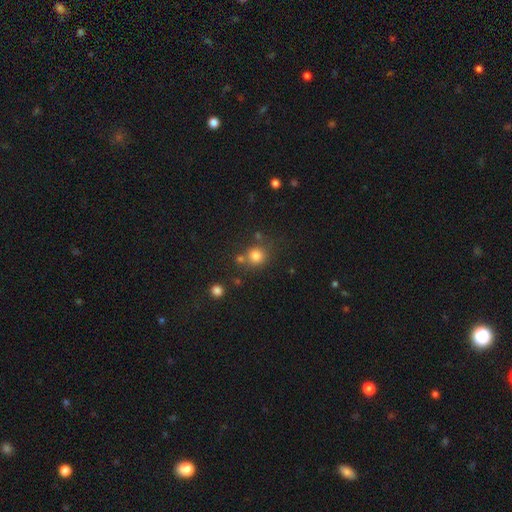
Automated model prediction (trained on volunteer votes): This is likely a smooth galaxy (79%). How rounded: clearly round (86%). Merging: likely none (66%).